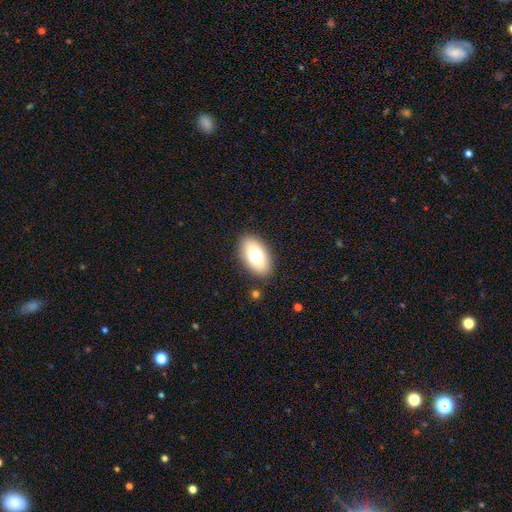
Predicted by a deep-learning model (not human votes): Overall: smooth (74%). How rounded: in between (92%). Merging: none (86%).